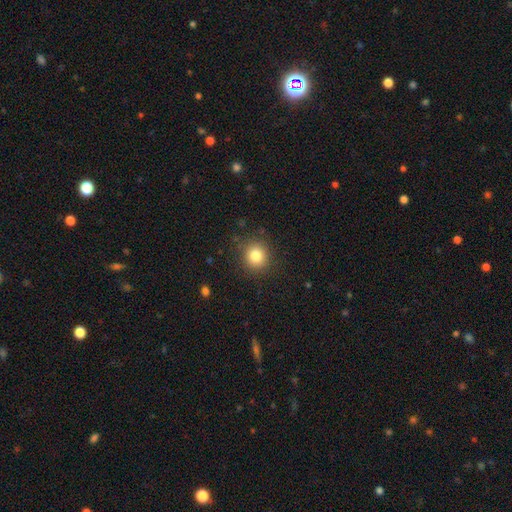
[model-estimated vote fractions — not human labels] A smooth galaxy with no disk features (82%) that is round (90%). Merging: none (88%).